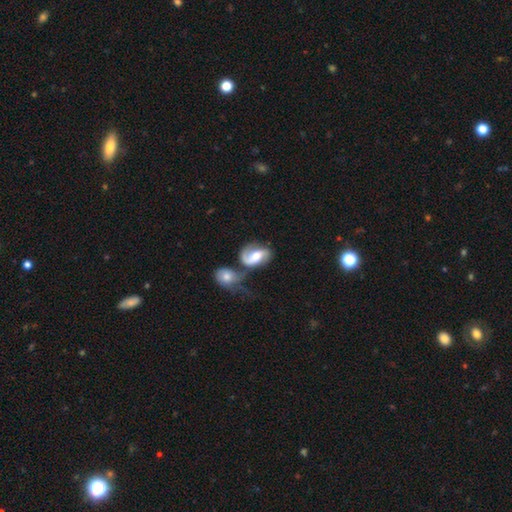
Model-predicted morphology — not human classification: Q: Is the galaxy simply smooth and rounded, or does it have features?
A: featured or disk — 74%.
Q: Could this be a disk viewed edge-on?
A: no — 97%.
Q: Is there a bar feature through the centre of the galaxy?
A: weak — 44%.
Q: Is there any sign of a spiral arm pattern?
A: yes — 93%.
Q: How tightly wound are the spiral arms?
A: medium — 45%.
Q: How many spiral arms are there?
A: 2 — 81%.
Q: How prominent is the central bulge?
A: moderate — 51%.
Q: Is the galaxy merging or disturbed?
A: merger — 39%.